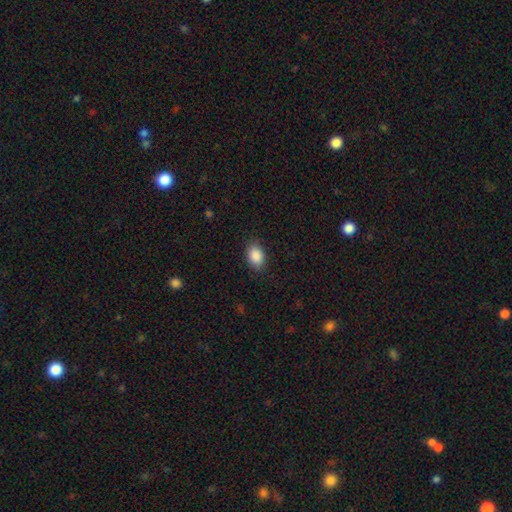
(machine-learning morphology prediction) A smooth galaxy with no disk features (89%) that is in between round and cigar-shaped (86%). Merging: none (86%).